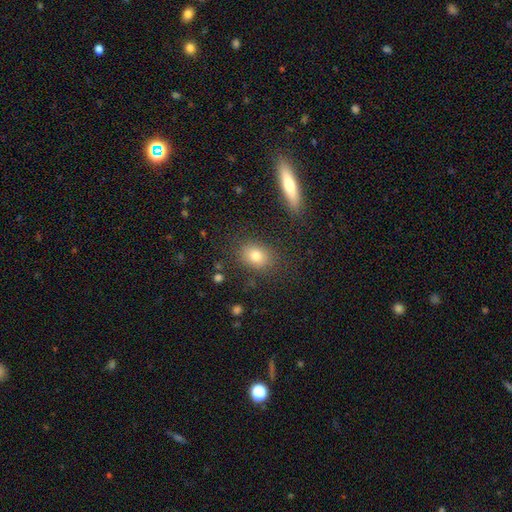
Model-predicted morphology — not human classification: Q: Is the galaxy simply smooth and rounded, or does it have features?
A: smooth — 79%.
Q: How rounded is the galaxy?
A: in between — 63%.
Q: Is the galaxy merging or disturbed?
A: none — 83%.